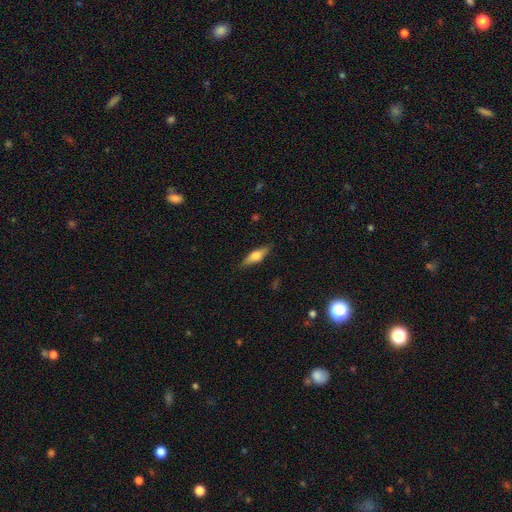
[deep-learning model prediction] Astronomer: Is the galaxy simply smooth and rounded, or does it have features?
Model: smooth — 55% (runner-up: featured or disk, 38%).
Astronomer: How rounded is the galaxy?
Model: in between — 51% (runner-up: cigar-shaped, 46%).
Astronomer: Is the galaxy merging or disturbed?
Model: none — 84%.